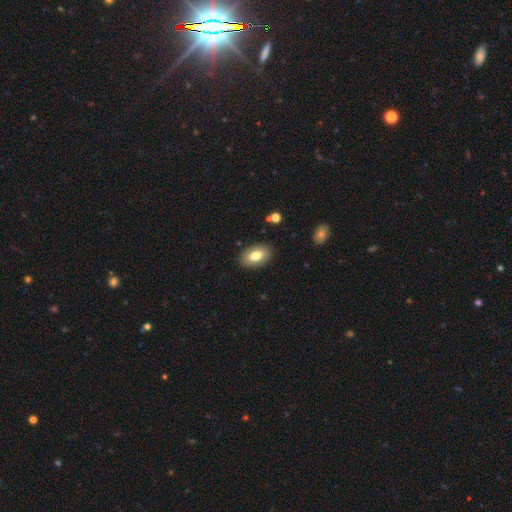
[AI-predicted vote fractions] Morphology: type=smooth (77%); roundness=in between (92%); merging=none (87%).